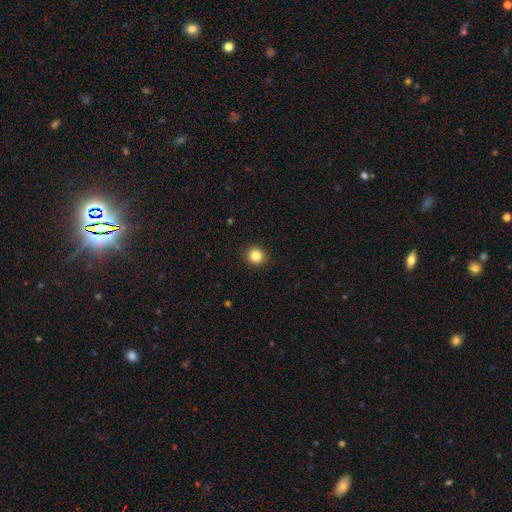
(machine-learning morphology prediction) smooth_or_featured: smooth (p=0.84) [alt: star or artifact p=0.11]
how_rounded: round (p=0.91) [alt: in between p=0.08]
merging: none (p=0.93) [alt: minor disturbance p=0.05]